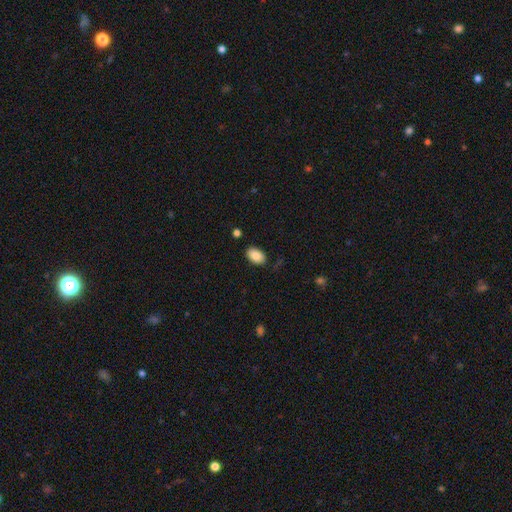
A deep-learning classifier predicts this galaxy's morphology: This is clearly a smooth galaxy (87%). How rounded: clearly in between (90%). Merging: clearly none (83%).